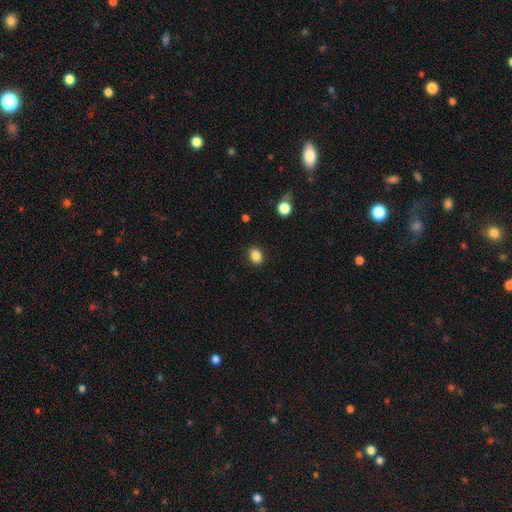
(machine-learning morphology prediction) Smooth or featured? Predicted: smooth (p=0.86). How rounded? Predicted: in between (p=0.58). Merging? Predicted: none (p=0.89).